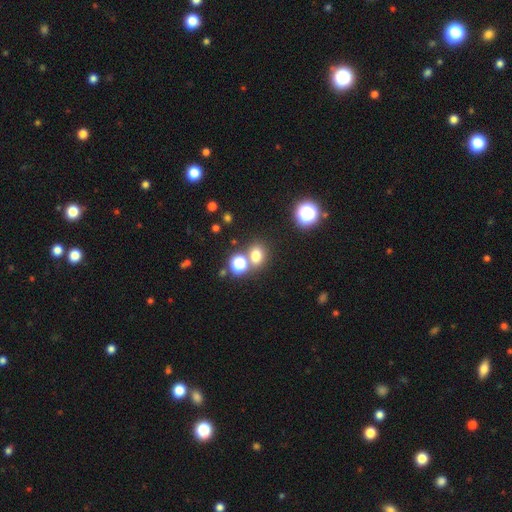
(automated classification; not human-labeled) A smooth galaxy with no disk features (72%) that is round (59%). Merging: none (65%).